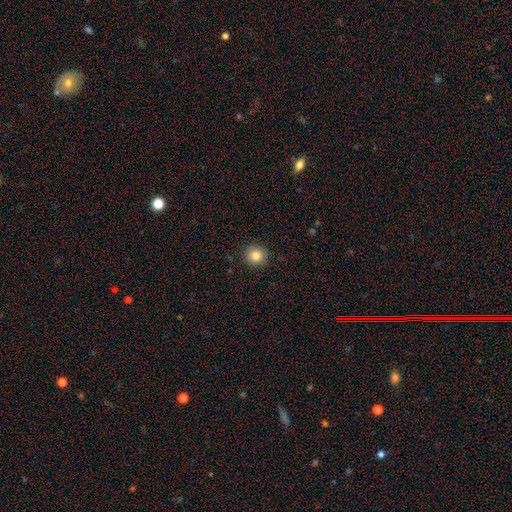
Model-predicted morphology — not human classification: smooth_or_featured: smooth (p=0.84) [alt: star or artifact p=0.10]
how_rounded: round (p=0.93) [alt: in between p=0.06]
merging: none (p=0.91) [alt: minor disturbance p=0.07]